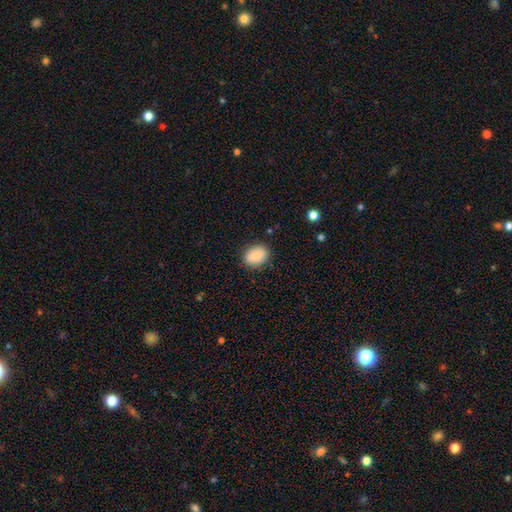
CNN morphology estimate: This appears to be a smooth galaxy with no disk features (86%) that is in between round and cigar-shaped (57%). Merging: none (86%).